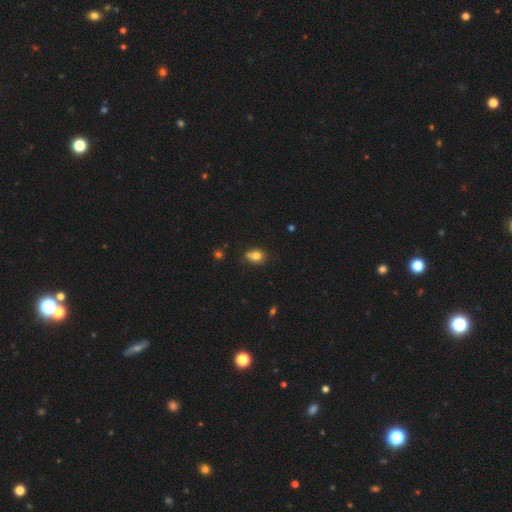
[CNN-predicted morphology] A smooth galaxy with no disk features (78%) that is round (51%). Merging: none (51%).